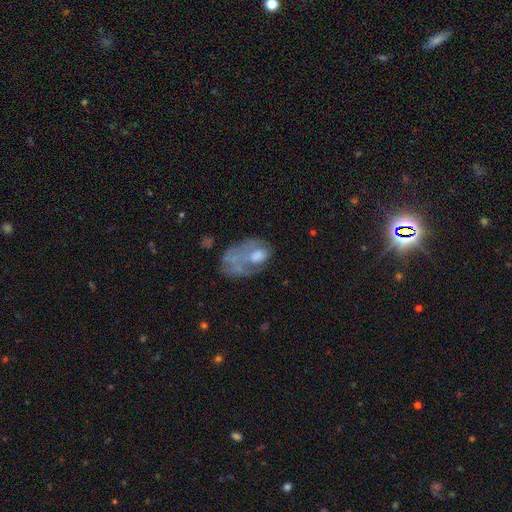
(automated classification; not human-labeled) This appears to be a featured or disk galaxy (49%). Merging: major disturbance (38%).